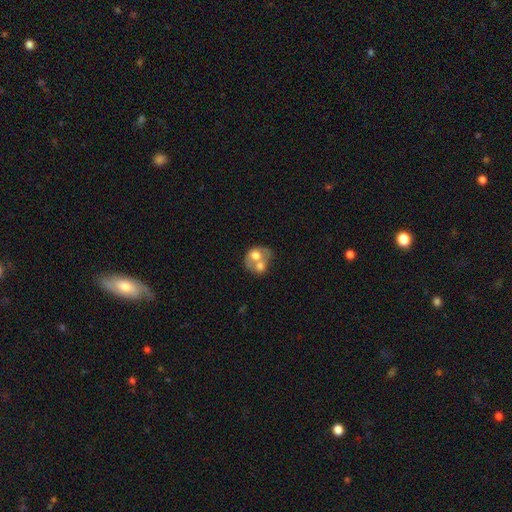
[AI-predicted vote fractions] Q: Smooth or featured?
A: smooth (56%); runner-up: featured or disk (36%)
Q: How rounded?
A: round (52%); runner-up: in between (47%)
Q: Merging?
A: merger (70%); runner-up: none (16%)